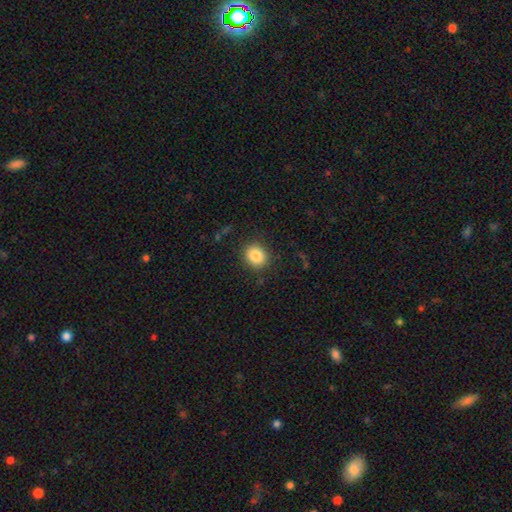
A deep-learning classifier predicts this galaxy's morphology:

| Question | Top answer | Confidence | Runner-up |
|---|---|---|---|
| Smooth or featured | smooth | 84% | star or artifact (10%) |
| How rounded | round | 70% | in between (29%) |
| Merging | none | 87% | minor disturbance (9%) |